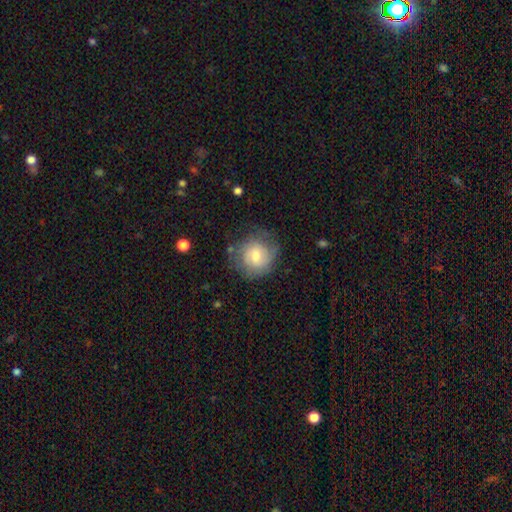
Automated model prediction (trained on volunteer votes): Q: Smooth or featured?
A: smooth (55%); runner-up: featured or disk (36%)
Q: How rounded?
A: round (85%); runner-up: in between (14%)
Q: Merging?
A: none (65%); runner-up: minor disturbance (23%)